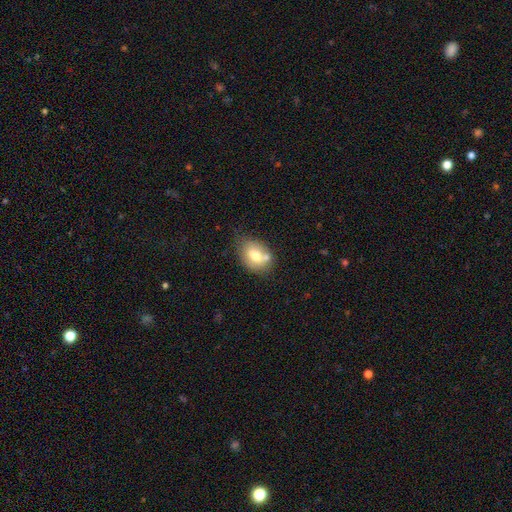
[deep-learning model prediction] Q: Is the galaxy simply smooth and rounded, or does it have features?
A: smooth — 70%.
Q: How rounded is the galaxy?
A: in between — 72%.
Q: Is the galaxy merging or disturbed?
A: none — 54%.